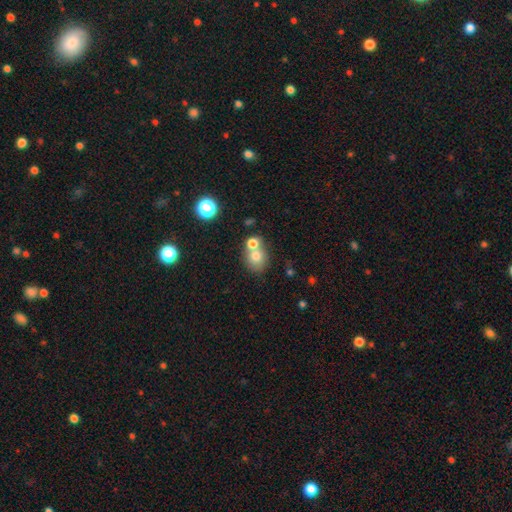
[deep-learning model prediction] A smooth galaxy with no disk features (74%) that is round (72%).

Vote fractions:
- Smooth or featured? smooth: 74% / featured or disk: 14% / star or artifact: 12%
- How rounded? round: 72% / in between: 28% / cigar-shaped: 1%
- Merging? none: 45% / merger: 43% / minor disturbance: 9% / major disturbance: 3%